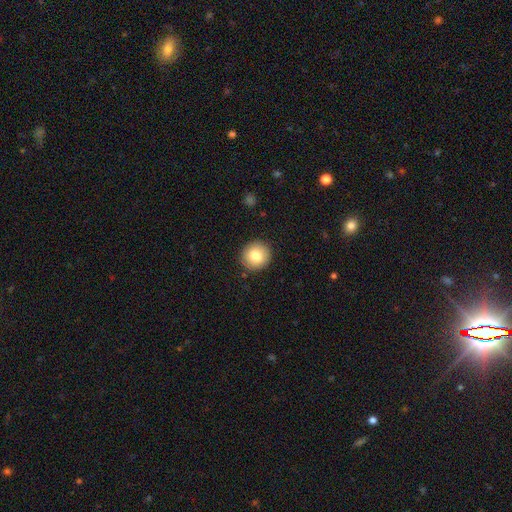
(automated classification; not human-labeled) Smooth or featured?
  - smooth: 81% *
  - featured or disk: 10%
  - star or artifact: 9%
How rounded?
  - round: 93% *
  - in between: 6%
  - cigar-shaped: 1%
Merging?
  - none: 90% *
  - minor disturbance: 7%
  - major disturbance: 2%
  - merger: 1%